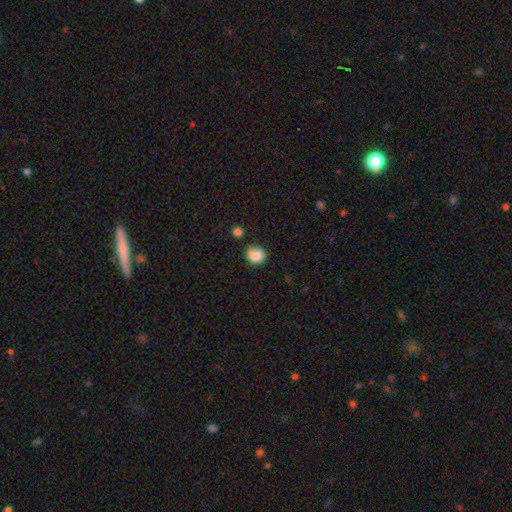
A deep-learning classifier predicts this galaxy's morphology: This is clearly a smooth galaxy (86%). How rounded: clearly round (80%). Merging: likely none (63%).